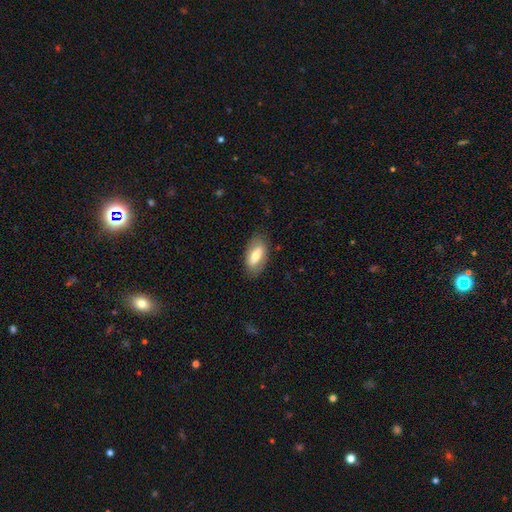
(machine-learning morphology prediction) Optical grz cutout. It shows a smooth galaxy with no disk features (61%) that is in between round and cigar-shaped (88%). Merging: none (82%).